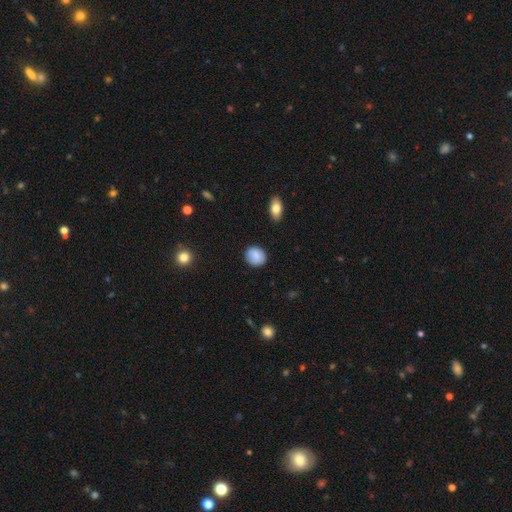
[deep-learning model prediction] A smooth galaxy with no disk features (85%) that is round (72%).

Vote fractions:
- Smooth or featured? smooth: 85% / featured or disk: 7% / star or artifact: 7%
- How rounded? round: 72% / in between: 27% / cigar-shaped: 1%
- Merging? none: 86% / minor disturbance: 11% / major disturbance: 2% / merger: 1%